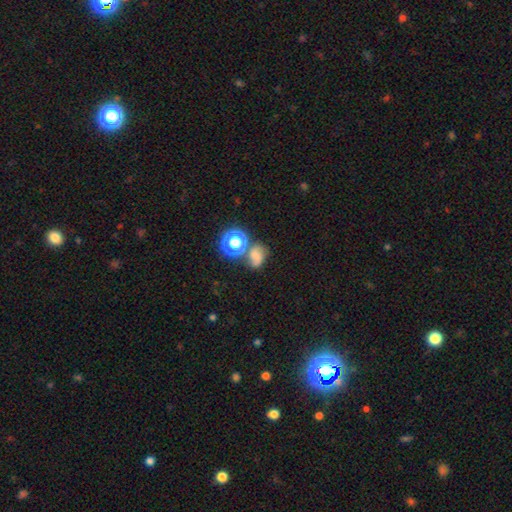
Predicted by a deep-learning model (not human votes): smooth 57%, featured or disk 22%, star or artifact 21%. Down the decision tree: how rounded — in between (52%); merging — none (49%).